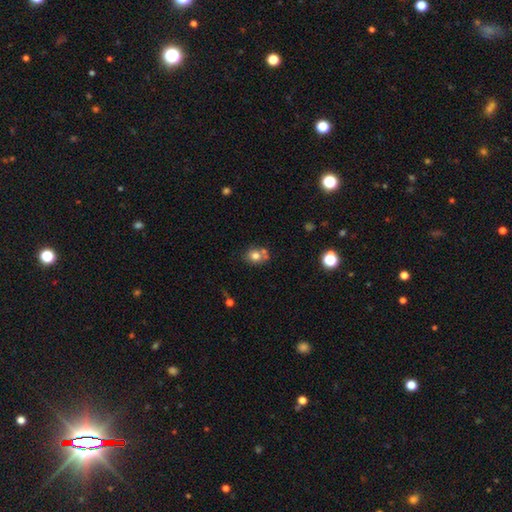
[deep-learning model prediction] This appears to be a smooth galaxy with no disk features (74%) that is round (65%). Merging: none (55%).